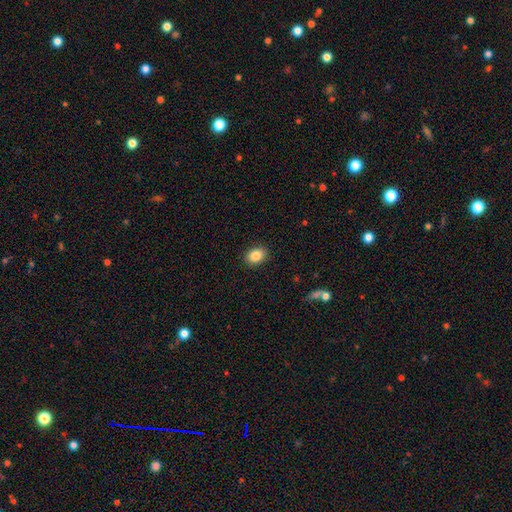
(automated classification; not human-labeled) Morphology: type=smooth (86%); roundness=in between (66%); merging=none (90%).